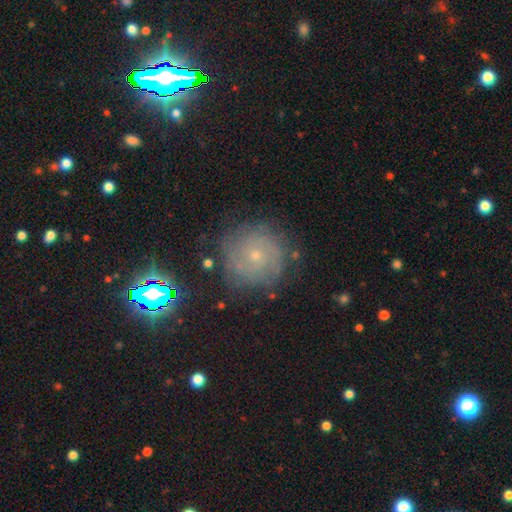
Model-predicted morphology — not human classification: Overall: featured or disk (57%; smooth 24%). Edge-on disk: no (97%). Bar: no (80%). Spiral arms: yes (86%). Bulge size: small (74%). Merging: none (79%).